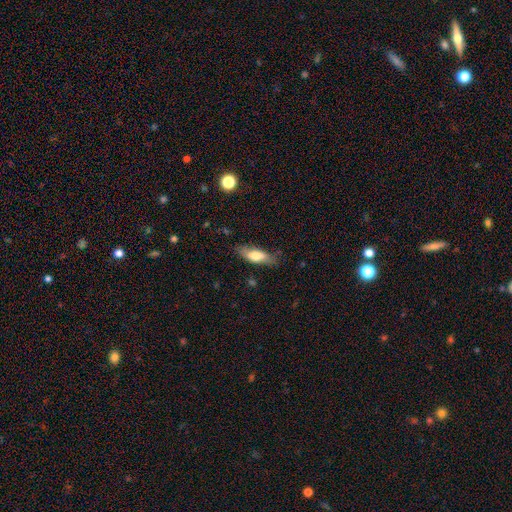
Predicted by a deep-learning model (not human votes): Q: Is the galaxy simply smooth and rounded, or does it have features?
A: smooth — 69%.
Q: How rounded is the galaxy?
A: in between — 61%.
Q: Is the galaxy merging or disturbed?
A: none — 75%.